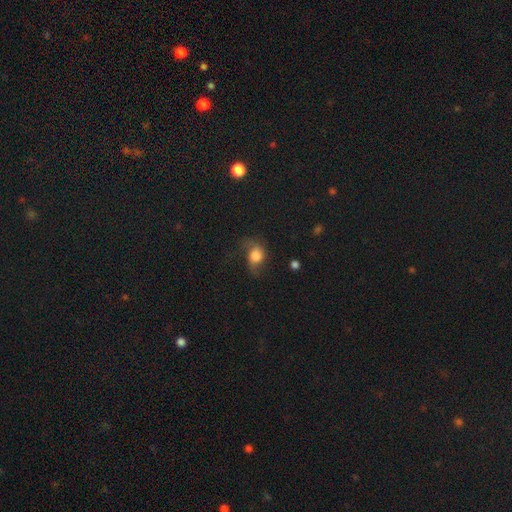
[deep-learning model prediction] smooth_or_featured: smooth (p=0.60) [alt: featured or disk p=0.28]
how_rounded: in between (p=0.51) [alt: round p=0.47]
merging: none (p=0.46) [alt: major disturbance p=0.26]